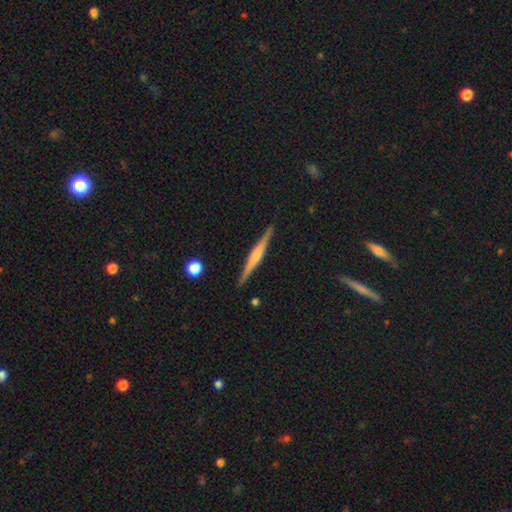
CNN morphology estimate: The model was most divided on "edge-on bulge": rounded: 53%, boxy: 26%, none: 22%. More confident: edge-on disk — yes (98%); merging — none (90%); smooth or featured — featured or disk (68%).